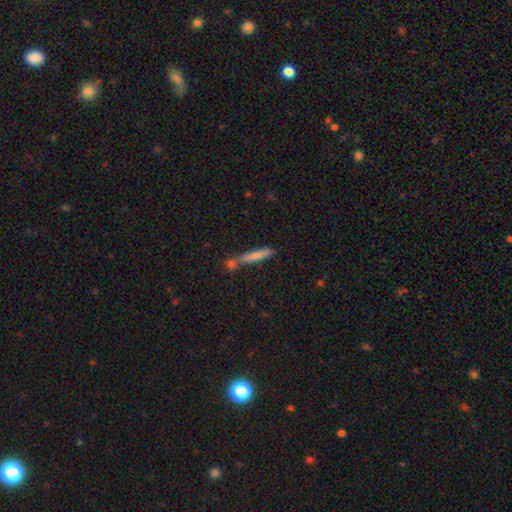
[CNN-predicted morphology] Smooth or featured? smooth (72%)
How rounded? cigar-shaped (92%)
Merging? none (60%)